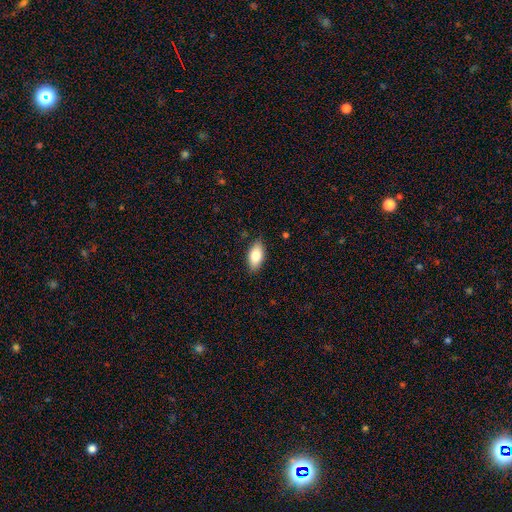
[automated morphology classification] type=smooth (82%); roundness=in between (91%); merging=none (85%).